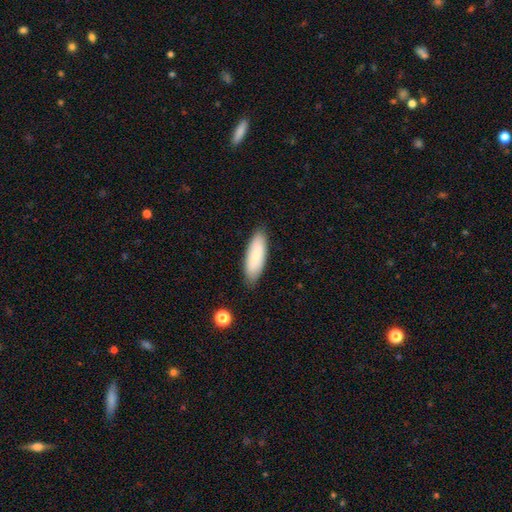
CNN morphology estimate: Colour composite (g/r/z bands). It shows a smooth galaxy with no disk features (81%) that is in between round and cigar-shaped (59%). Merging: none (86%).